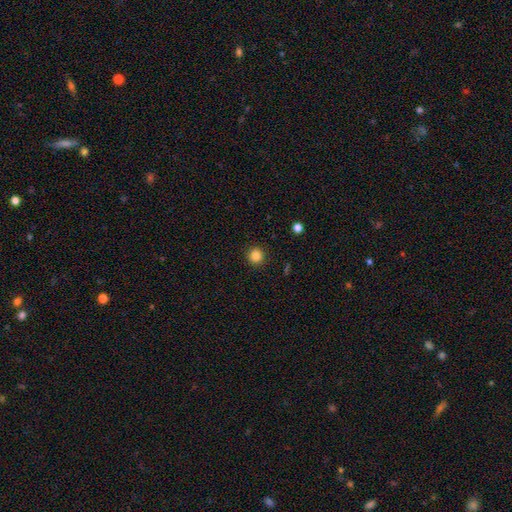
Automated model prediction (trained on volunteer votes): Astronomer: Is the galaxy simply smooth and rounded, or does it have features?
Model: smooth — 84%.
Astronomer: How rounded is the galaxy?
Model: round — 94%.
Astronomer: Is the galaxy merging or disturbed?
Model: none — 92%.